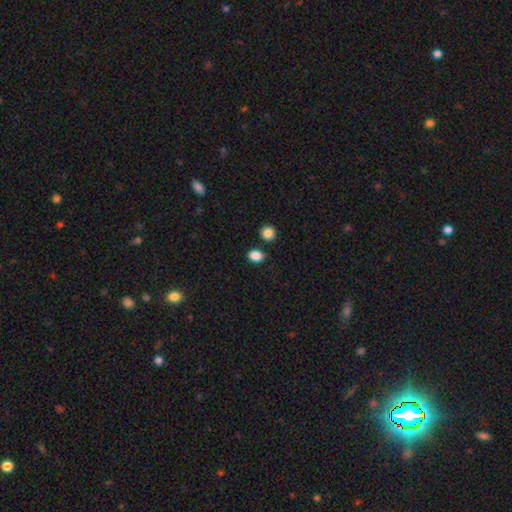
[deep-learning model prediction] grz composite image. It shows a smooth galaxy with no disk features (86%) that is in between round and cigar-shaped (55%). Merging: none (79%).